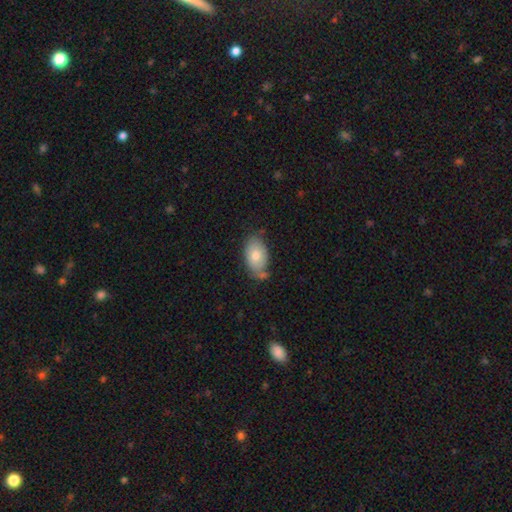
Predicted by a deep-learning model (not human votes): smooth-or-featured: smooth: 74% | featured or disk: 19% | star or artifact: 7%
  how-rounded: in between: 91% | round: 7% | cigar-shaped: 1%
  merging: none: 63% | minor disturbance: 22% | merger: 10% | major disturbance: 5%